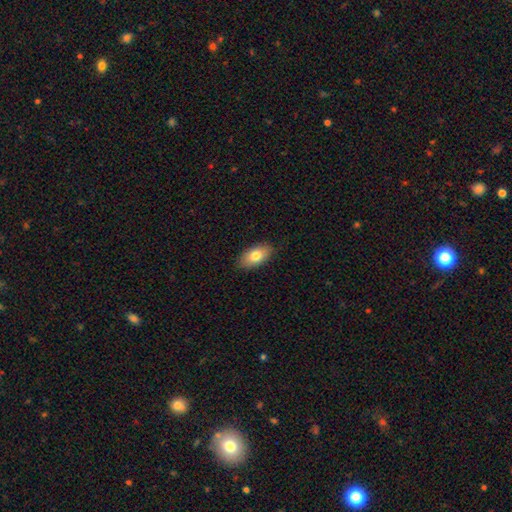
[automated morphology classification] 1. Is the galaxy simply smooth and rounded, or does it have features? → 78% smooth, 15% featured or disk, 7% star or artifact.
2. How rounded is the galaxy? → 92% in between, 5% round, 4% cigar-shaped.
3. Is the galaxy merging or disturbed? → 87% none, 10% minor disturbance, 2% major disturbance, 1% merger.